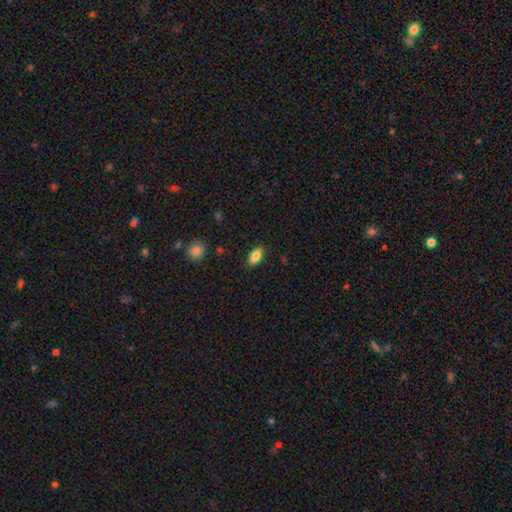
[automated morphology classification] smooth_or_featured: smooth (p=0.83) [alt: featured or disk p=0.09]
how_rounded: in between (p=0.89) [alt: cigar-shaped p=0.07]
merging: none (p=0.87) [alt: minor disturbance p=0.10]